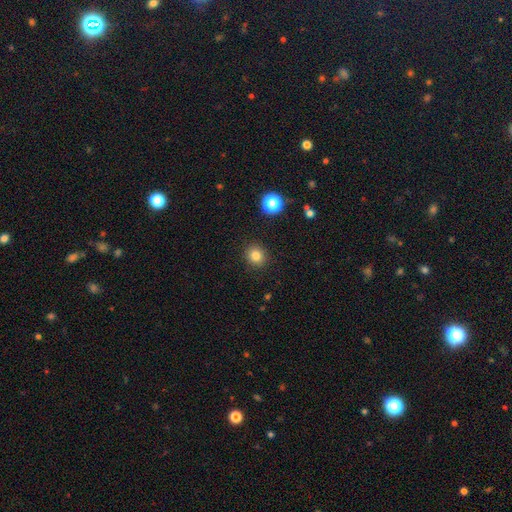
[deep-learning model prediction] This appears to be a smooth galaxy with no disk features (82%) that is round (84%). Merging: none (91%).